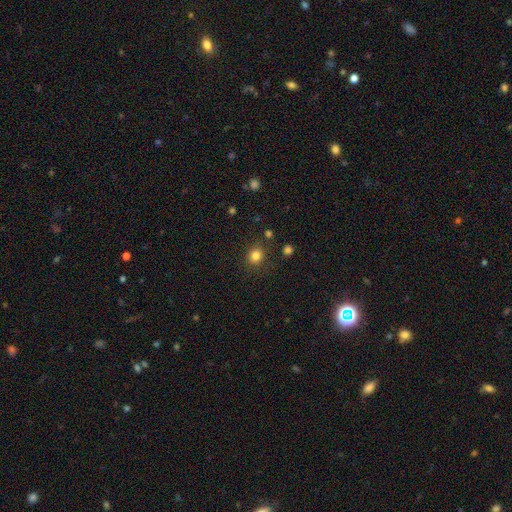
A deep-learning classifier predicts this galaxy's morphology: A smooth galaxy with no disk features (82%) that is round (78%).

Vote fractions:
- Smooth or featured? smooth: 82% / star or artifact: 13% / featured or disk: 5%
- How rounded? round: 78% / in between: 21% / cigar-shaped: 1%
- Merging? none: 85% / minor disturbance: 9% / major disturbance: 3% / merger: 3%